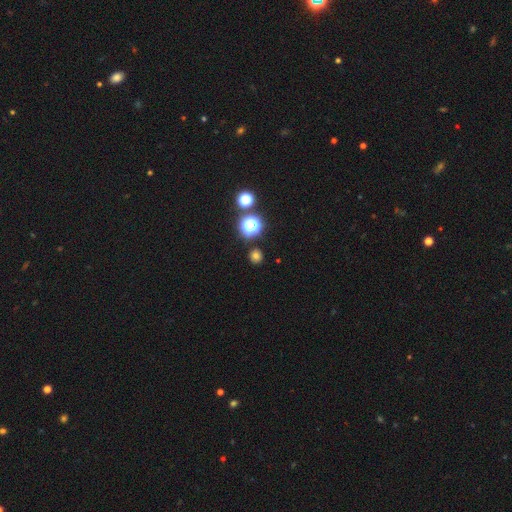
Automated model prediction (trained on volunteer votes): Smooth or featured: smooth — 69% (star or artifact — 24%)
How rounded: round — 91% (in between — 8%)
Merging: none — 88% (minor disturbance — 7%)